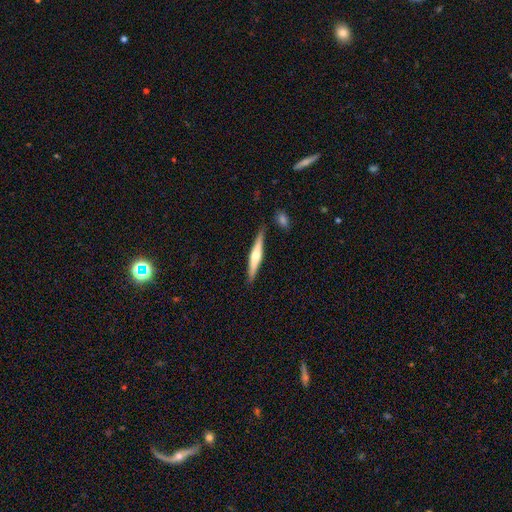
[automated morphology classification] A featured or disk galaxy (59%) viewed edge-on (96%) with a rounded central bulge (87%). Merging: none (85%).